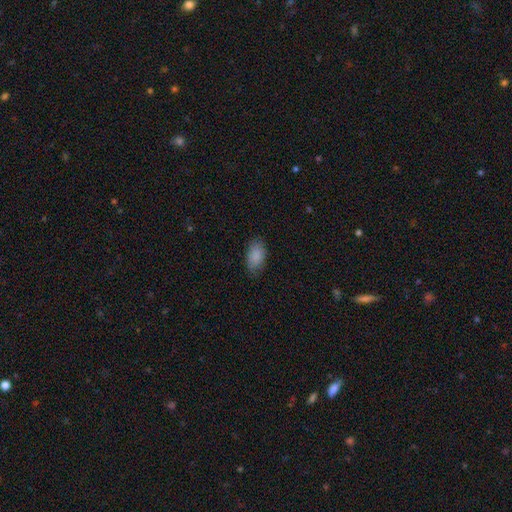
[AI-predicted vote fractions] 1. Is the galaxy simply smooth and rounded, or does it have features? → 88% smooth, 7% star or artifact, 5% featured or disk.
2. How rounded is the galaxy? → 94% in between, 4% round, 2% cigar-shaped.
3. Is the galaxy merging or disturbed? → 79% none, 17% minor disturbance, 4% major disturbance, 1% merger.